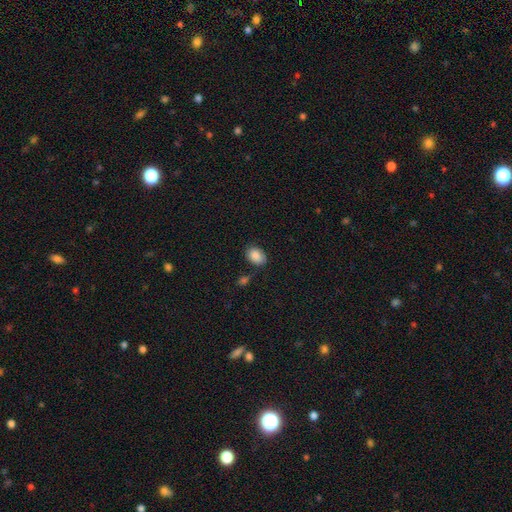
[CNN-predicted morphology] smooth_or_featured: smooth (p=0.87) [alt: star or artifact p=0.08]
how_rounded: in between (p=0.79) [alt: round p=0.20]
merging: none (p=0.74) [alt: minor disturbance p=0.17]